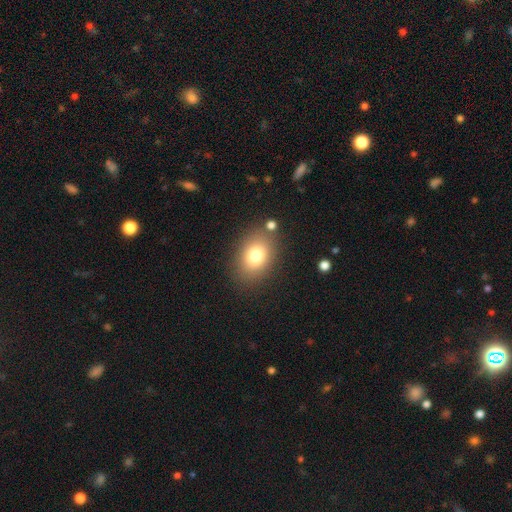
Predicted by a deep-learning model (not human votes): Smooth or featured? smooth (78%)
How rounded? in between (70%)
Merging? none (80%)